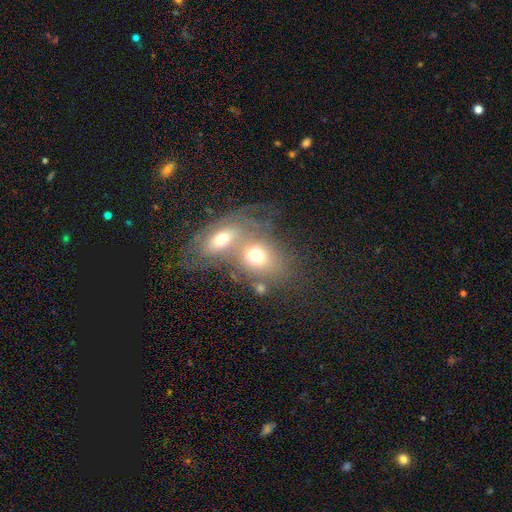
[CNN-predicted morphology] This appears to be a smooth galaxy with no disk features (61%) that is in between round and cigar-shaped (65%). Merging: merger (67%).